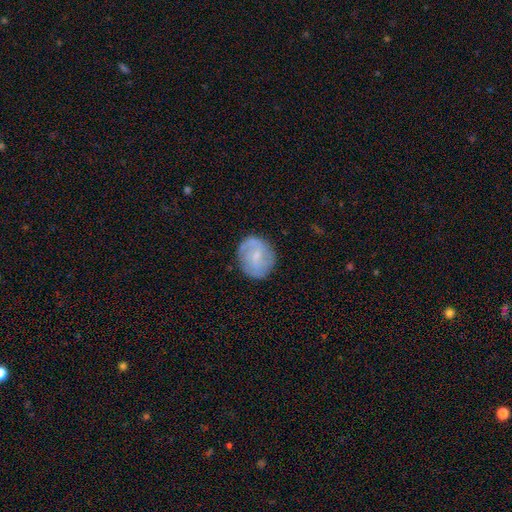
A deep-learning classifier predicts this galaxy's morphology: smooth_or_featured: featured or disk (p=0.59) [alt: smooth p=0.34]
disk_edge_on: no (p=0.98) [alt: yes p=0.02]
bar: weak (p=0.51) [alt: no p=0.40]
has_spiral_arms: yes (p=0.85) [alt: no p=0.15]
bulge_size: small (p=0.65) [alt: moderate p=0.24]
merging: none (p=0.78) [alt: minor disturbance p=0.16]